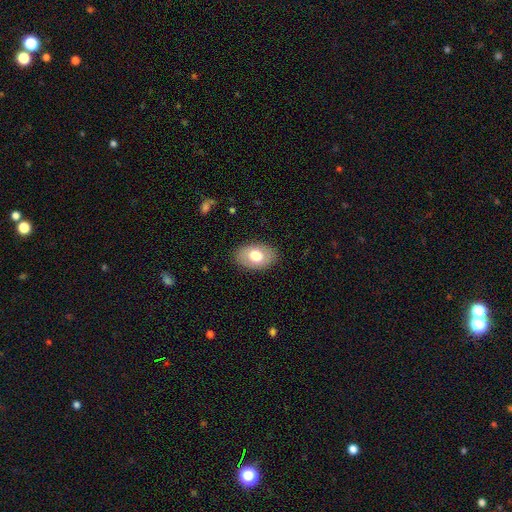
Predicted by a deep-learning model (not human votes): A smooth galaxy with no disk features (71%) that is in between round and cigar-shaped (87%).

Vote fractions:
- Smooth or featured? smooth: 71% / featured or disk: 22% / star or artifact: 7%
- How rounded? in between: 87% / round: 12% / cigar-shaped: 1%
- Merging? none: 86% / minor disturbance: 10% / major disturbance: 3% / merger: 1%